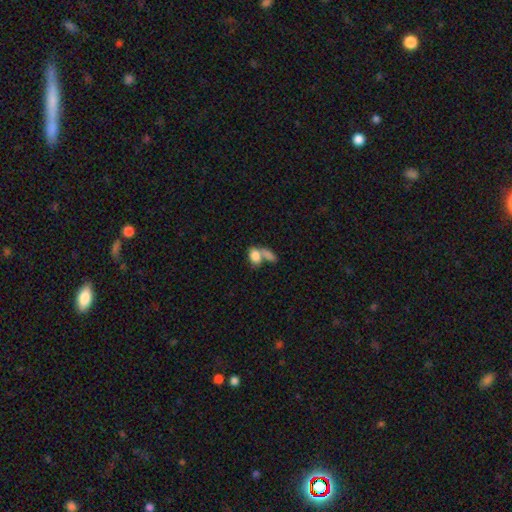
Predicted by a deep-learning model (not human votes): Morphology: type=smooth (81%); roundness=in between (84%); merging=merger (58%).